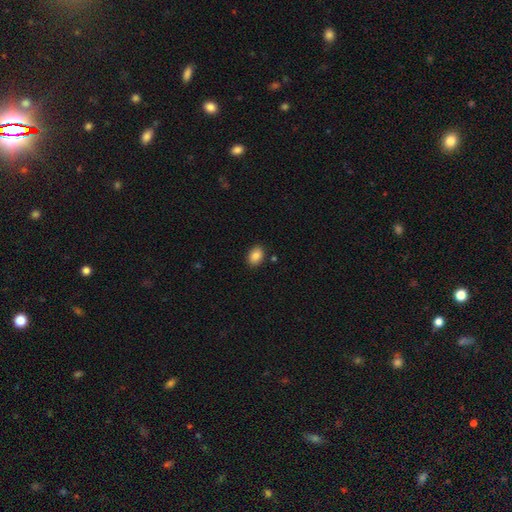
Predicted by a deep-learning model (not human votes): This is clearly a smooth galaxy (86%). How rounded: likely in between (74%). Merging: clearly none (88%).